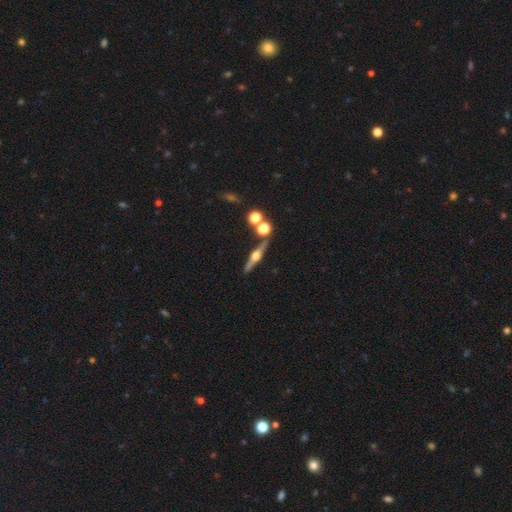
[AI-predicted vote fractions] featured or disk 78%, smooth 15%, star or artifact 7%. Down the decision tree: edge-on disk — yes (97%); edge-on bulge — rounded (96%); merging — none (81%).